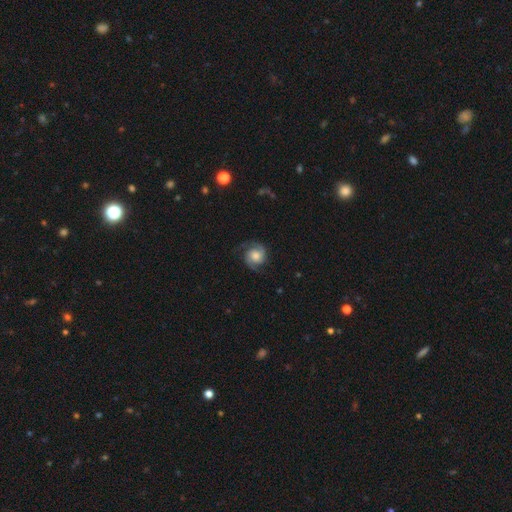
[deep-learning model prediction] This is likely a featured or disk galaxy (79%). It is clearly not viewed edge-on (98%). Bar: likely no (66%). Spiral arm pattern: clearly yes (97%). Spiral arm count: clearly 2 (84%). Spiral winding: possibly medium (48%). Central bulge: possibly moderate (48%). Merging: likely none (77%).